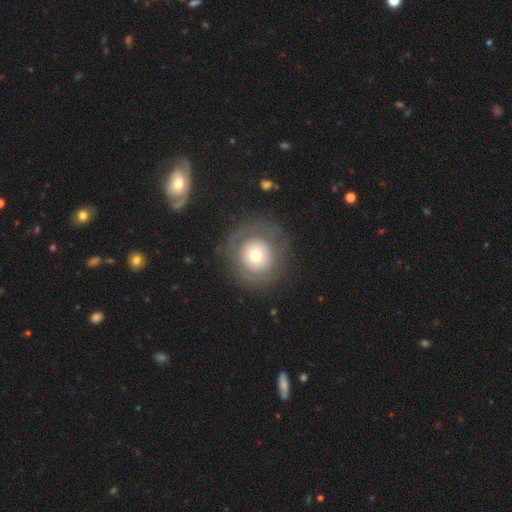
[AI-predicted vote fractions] Smooth or featured? smooth (51%)
How rounded? round (92%)
Merging? none (75%)